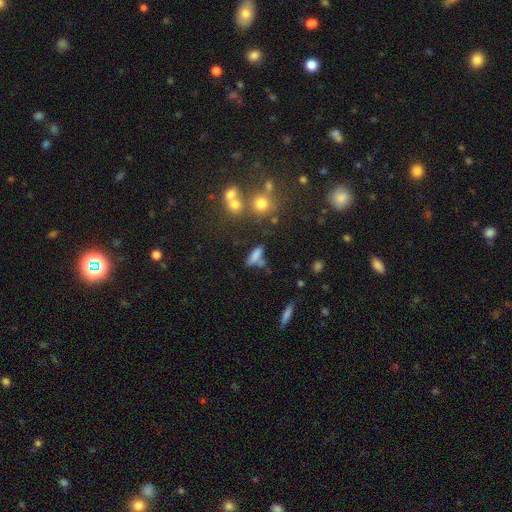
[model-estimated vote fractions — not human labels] Q: Smooth or featured?
A: smooth (73%); runner-up: star or artifact (14%)
Q: How rounded?
A: in between (55%); runner-up: cigar-shaped (40%)
Q: Merging?
A: none (50%); runner-up: merger (23%)